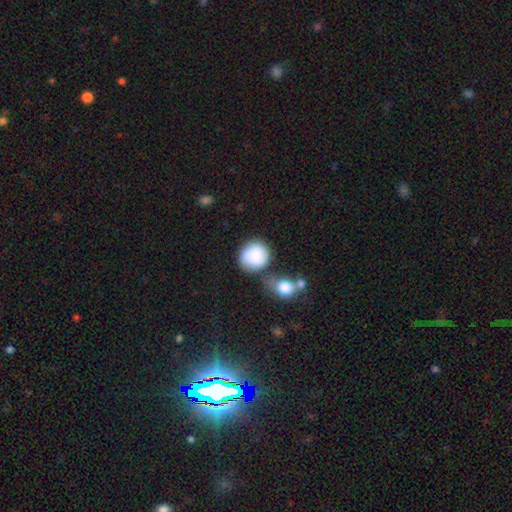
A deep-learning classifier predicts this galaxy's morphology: A smooth galaxy with no disk features (82%) that is round (85%).

Vote fractions:
- Smooth or featured? smooth: 82% / featured or disk: 11% / star or artifact: 7%
- How rounded? round: 85% / in between: 14% / cigar-shaped: 1%
- Merging? none: 51% / merger: 21% / minor disturbance: 20% / major disturbance: 8%